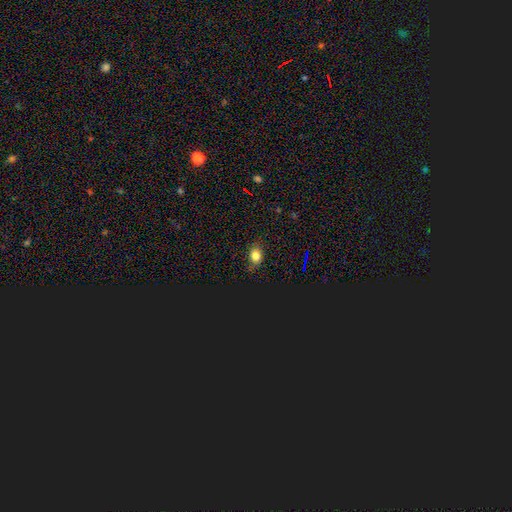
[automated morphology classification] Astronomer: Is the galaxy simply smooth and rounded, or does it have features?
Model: smooth — 74%.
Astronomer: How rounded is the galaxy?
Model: in between — 56% (runner-up: round, 42%).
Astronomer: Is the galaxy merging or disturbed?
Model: none — 76%.